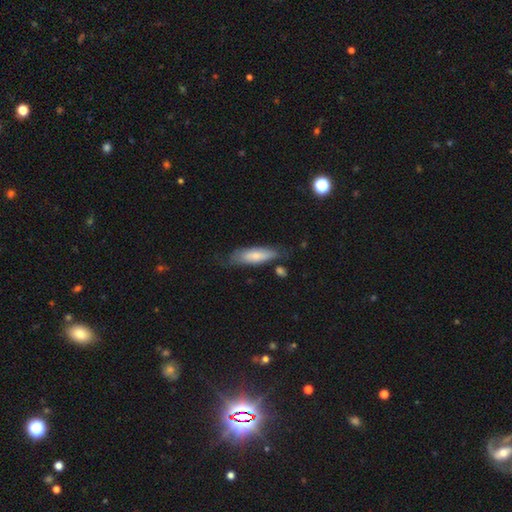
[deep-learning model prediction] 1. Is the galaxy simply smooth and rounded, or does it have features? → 71% smooth, 23% featured or disk, 6% star or artifact.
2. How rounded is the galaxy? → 51% in between, 47% cigar-shaped, 2% round.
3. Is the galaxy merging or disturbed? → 62% none, 26% minor disturbance, 8% major disturbance, 4% merger.